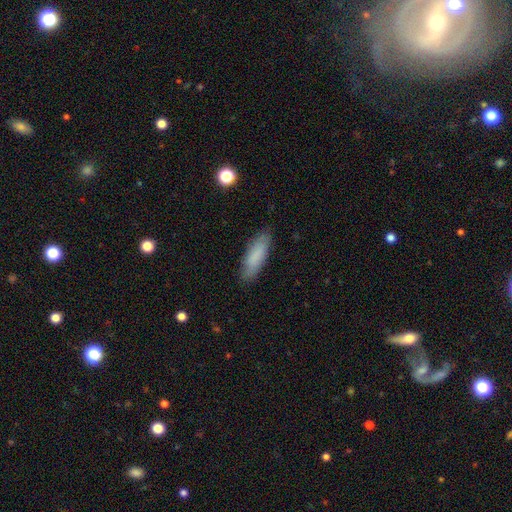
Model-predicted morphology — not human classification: Smooth or featured? smooth (82%)
How rounded? in between (51%)
Merging? none (84%)